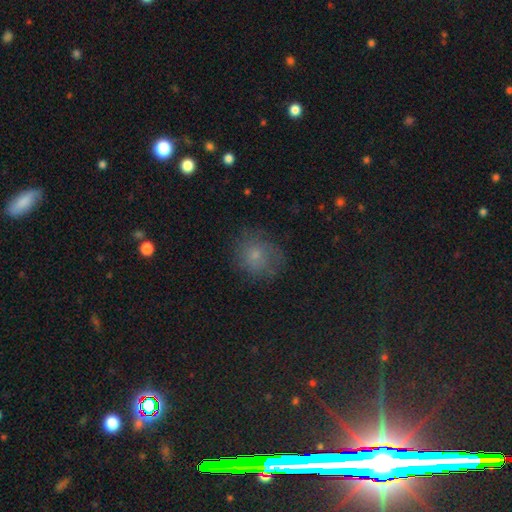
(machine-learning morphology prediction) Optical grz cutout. It shows a smooth galaxy with no disk features (66%) that is round (78%). Merging: none (69%).